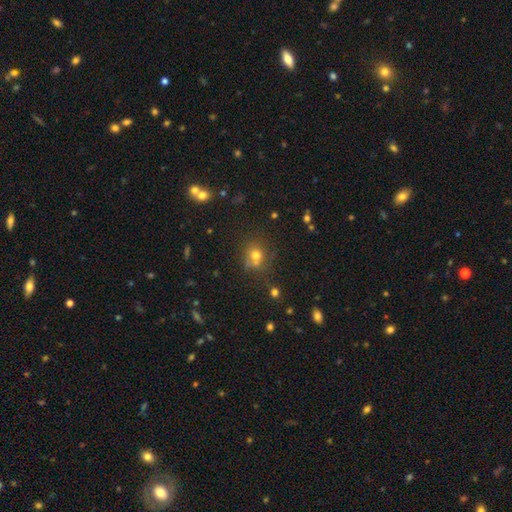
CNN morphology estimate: smooth_or_featured: smooth (p=0.68) [alt: star or artifact p=0.20]
how_rounded: round (p=0.77) [alt: in between p=0.22]
merging: none (p=0.59) [alt: merger p=0.19]